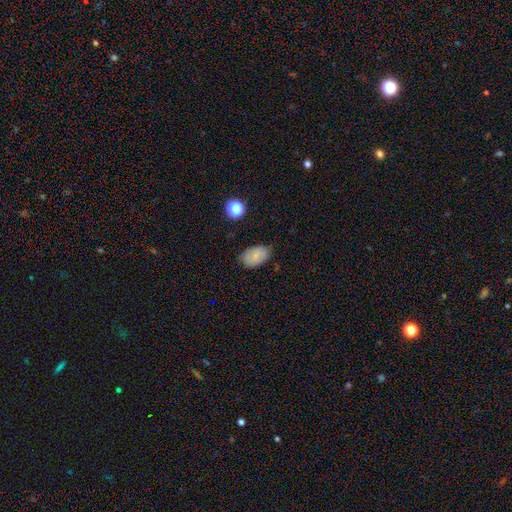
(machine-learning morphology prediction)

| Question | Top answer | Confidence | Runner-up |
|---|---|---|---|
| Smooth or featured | smooth | 72% | featured or disk (18%) |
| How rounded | in between | 89% | round (10%) |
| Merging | none | 75% | minor disturbance (20%) |